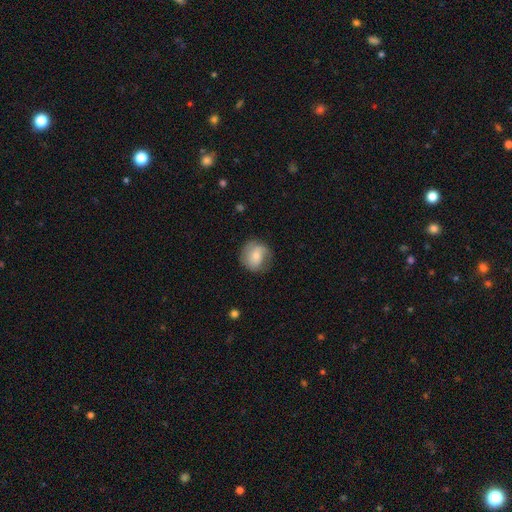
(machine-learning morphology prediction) This is possibly a smooth galaxy (57%). How rounded: clearly round (81%). Merging: likely none (70%).